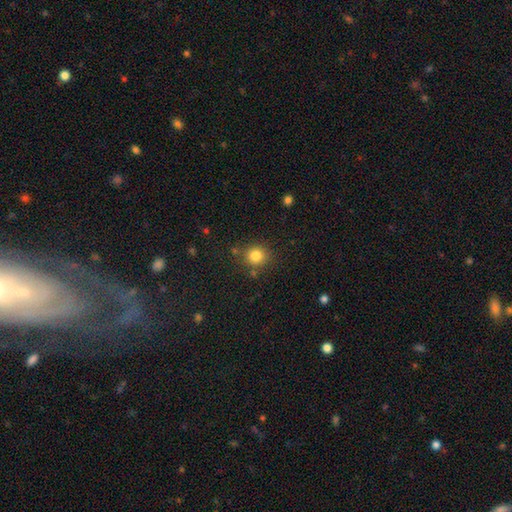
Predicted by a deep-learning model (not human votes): smooth_or_featured: smooth (p=0.82) [alt: star or artifact p=0.12]
how_rounded: round (p=0.90) [alt: in between p=0.09]
merging: none (p=0.82) [alt: minor disturbance p=0.10]